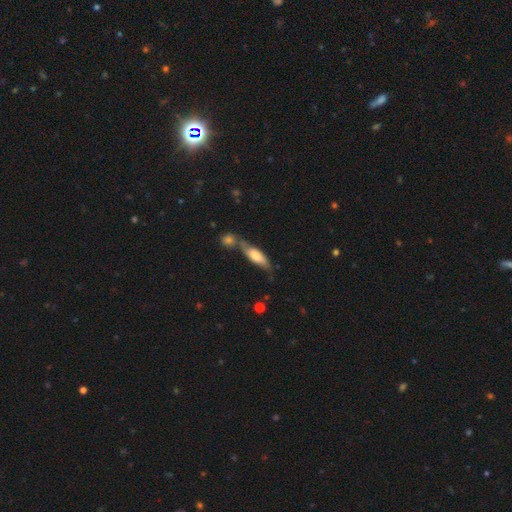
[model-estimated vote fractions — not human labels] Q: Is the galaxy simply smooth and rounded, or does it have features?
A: smooth — 64%.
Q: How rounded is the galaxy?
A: in between — 53%.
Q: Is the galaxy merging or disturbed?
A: none — 44%.